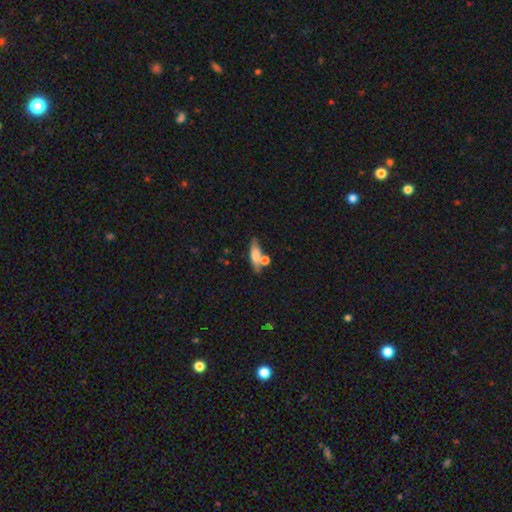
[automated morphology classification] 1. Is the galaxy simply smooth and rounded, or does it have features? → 67% smooth, 25% featured or disk, 8% star or artifact.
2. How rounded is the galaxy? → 49% in between, 46% cigar-shaped, 5% round.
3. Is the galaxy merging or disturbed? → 57% none, 23% merger, 15% minor disturbance, 5% major disturbance.